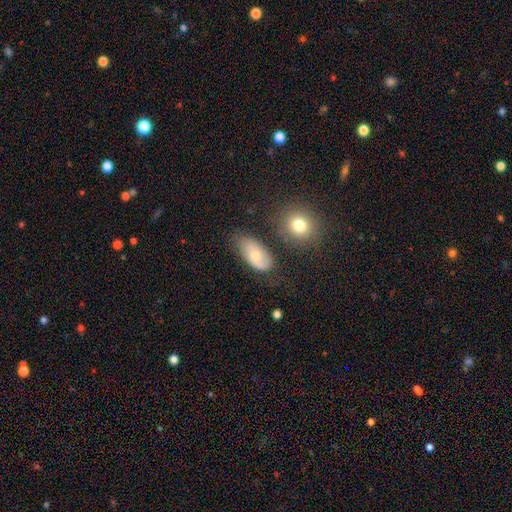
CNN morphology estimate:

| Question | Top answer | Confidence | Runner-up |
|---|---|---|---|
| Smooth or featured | smooth | 63% | featured or disk (28%) |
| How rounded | in between | 90% | round (7%) |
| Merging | none | 56% | minor disturbance (27%) |